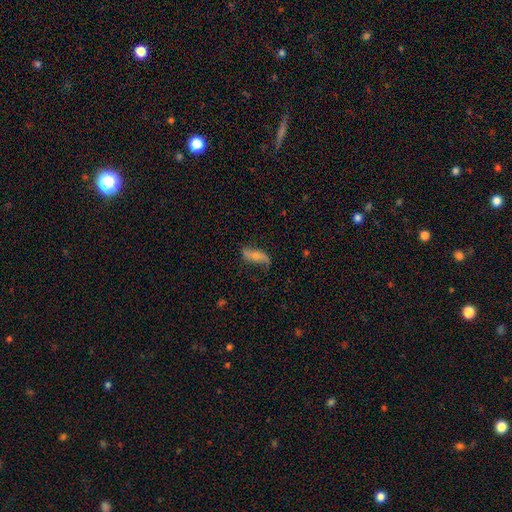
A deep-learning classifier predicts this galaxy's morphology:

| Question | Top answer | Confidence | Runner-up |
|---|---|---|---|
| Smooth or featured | featured or disk | 47% | smooth (45%) |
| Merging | none | 65% | minor disturbance (24%) |